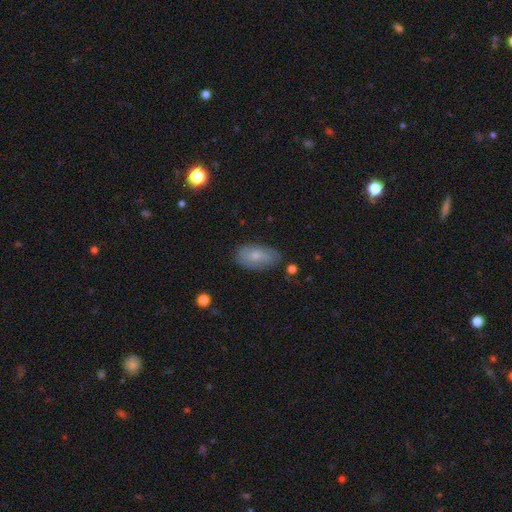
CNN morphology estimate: Q: Smooth or featured?
A: smooth (66%); runner-up: featured or disk (27%)
Q: How rounded?
A: in between (92%); runner-up: round (5%)
Q: Merging?
A: none (73%); runner-up: minor disturbance (21%)